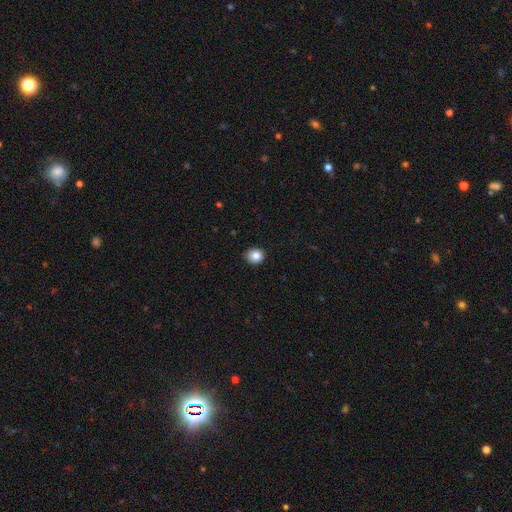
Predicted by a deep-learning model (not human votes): smooth_or_featured: smooth (p=0.85) [alt: star or artifact p=0.10]
how_rounded: round (p=0.81) [alt: in between p=0.18]
merging: none (p=0.88) [alt: minor disturbance p=0.10]